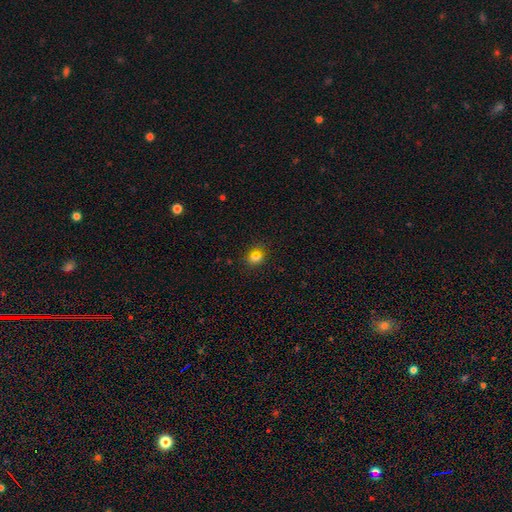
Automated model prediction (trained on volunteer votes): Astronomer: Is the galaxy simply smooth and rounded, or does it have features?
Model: smooth — 74%.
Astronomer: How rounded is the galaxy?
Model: round — 67%.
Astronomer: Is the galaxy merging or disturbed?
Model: none — 75%.